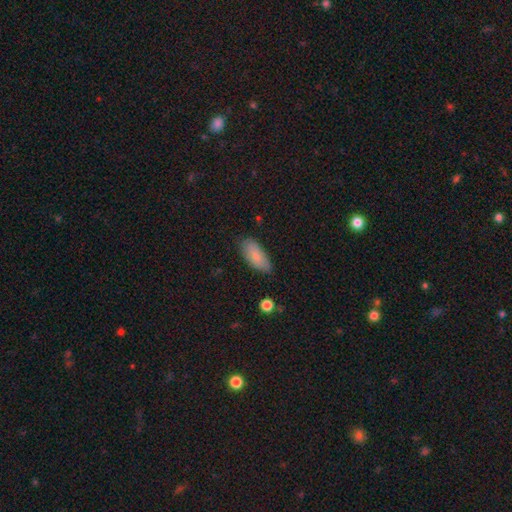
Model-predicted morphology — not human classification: The model was most divided on "merging": none: 76%, minor disturbance: 20%, major disturbance: 3%, merger: 1%. More confident: how rounded — in between (86%); smooth or featured — smooth (84%).